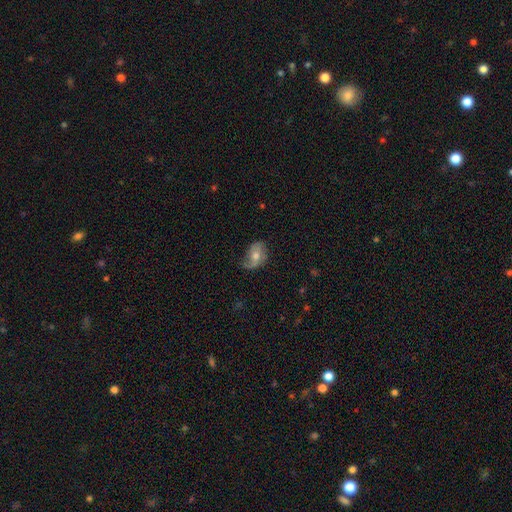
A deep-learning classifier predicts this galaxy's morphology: smooth_or_featured: featured or disk (p=0.57) [alt: smooth p=0.35]
disk_edge_on: no (p=0.95) [alt: yes p=0.05]
bar: no (p=0.60) [alt: weak p=0.30]
has_spiral_arms: yes (p=0.81) [alt: no p=0.19]
bulge_size: moderate (p=0.64) [alt: small p=0.28]
merging: none (p=0.50) [alt: minor disturbance p=0.31]